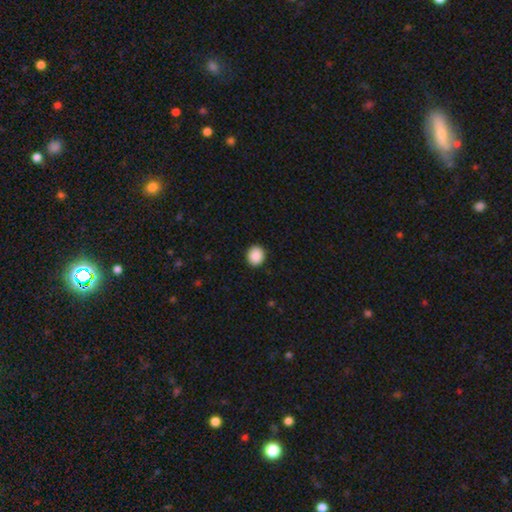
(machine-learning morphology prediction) A smooth galaxy with no disk features (90%) that is round (79%).

Vote fractions:
- Smooth or featured? smooth: 90% / star or artifact: 8% / featured or disk: 2%
- How rounded? round: 79% / in between: 20% / cigar-shaped: 1%
- Merging? none: 92% / minor disturbance: 5% / major disturbance: 2% / merger: 1%